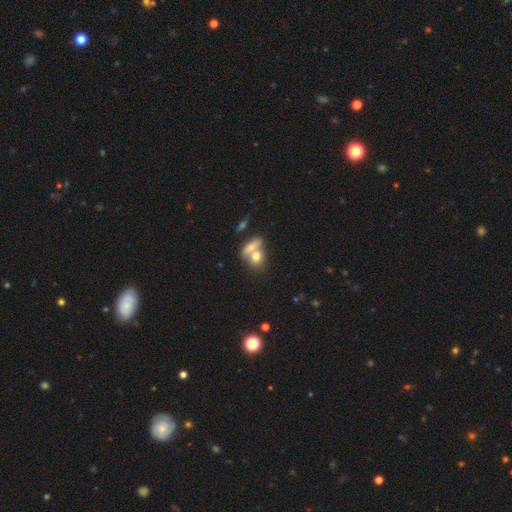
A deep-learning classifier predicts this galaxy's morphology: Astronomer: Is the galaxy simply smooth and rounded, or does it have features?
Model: smooth — 74%.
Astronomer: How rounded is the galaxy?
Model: round — 52% (runner-up: in between, 43%).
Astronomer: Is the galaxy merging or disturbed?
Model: merger — 51% (runner-up: none, 36%).